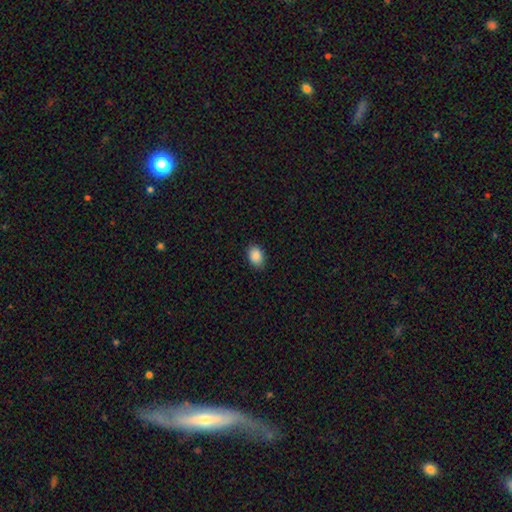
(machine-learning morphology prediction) Smooth or featured?
  - smooth: 89% *
  - star or artifact: 8%
  - featured or disk: 3%
How rounded?
  - in between: 80% *
  - round: 19%
  - cigar-shaped: 1%
Merging?
  - none: 86% *
  - minor disturbance: 11%
  - major disturbance: 2%
  - merger: 1%